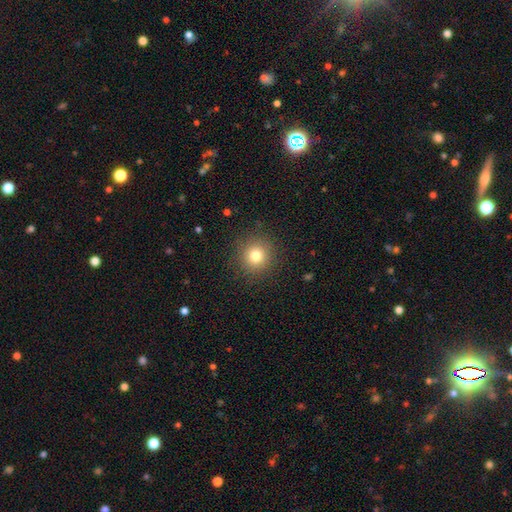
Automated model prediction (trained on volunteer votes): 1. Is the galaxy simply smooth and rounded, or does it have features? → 79% smooth, 13% star or artifact, 8% featured or disk.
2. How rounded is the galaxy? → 93% round, 6% in between, 1% cigar-shaped.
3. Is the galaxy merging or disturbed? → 90% none, 6% minor disturbance, 3% major disturbance, 1% merger.